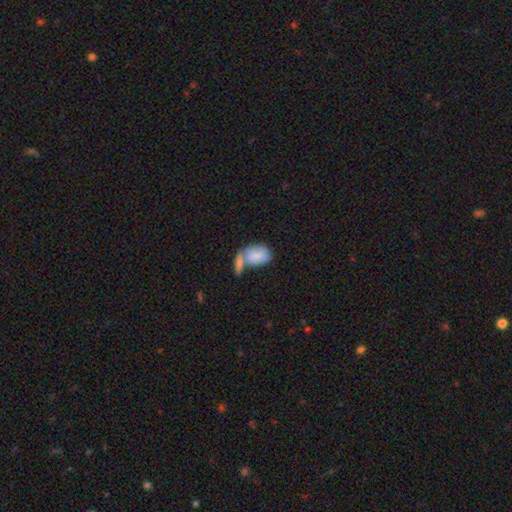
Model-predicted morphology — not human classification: This appears to be a smooth galaxy with no disk features (73%) that is in between round and cigar-shaped (88%). Merging: merger (52%).